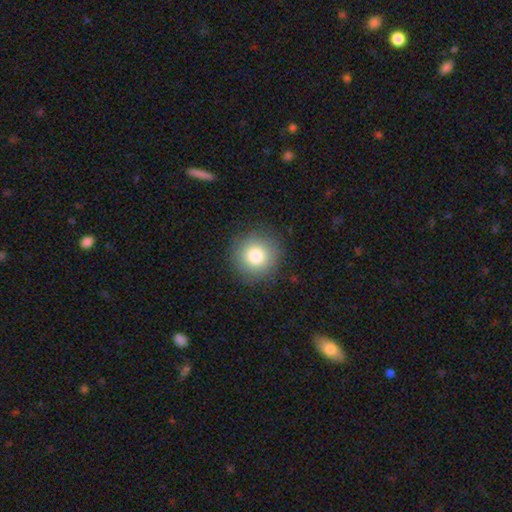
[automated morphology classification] The model was most divided on "smooth or featured": smooth: 80%, star or artifact: 11%, featured or disk: 9%. More confident: how rounded — round (93%); merging — none (88%).